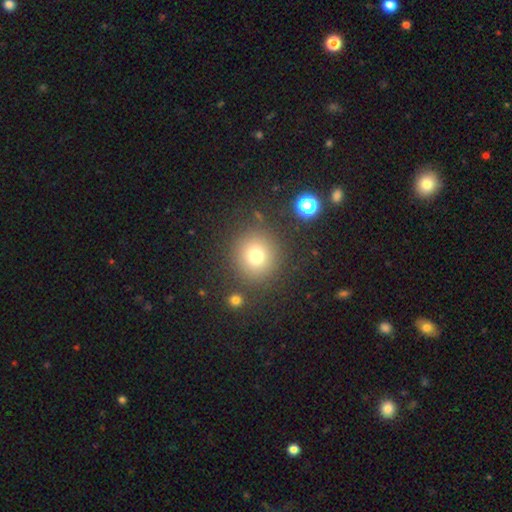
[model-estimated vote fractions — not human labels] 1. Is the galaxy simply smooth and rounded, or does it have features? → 75% smooth, 16% star or artifact, 10% featured or disk.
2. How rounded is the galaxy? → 91% round, 8% in between, 1% cigar-shaped.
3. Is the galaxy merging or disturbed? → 85% none, 8% minor disturbance, 4% major disturbance, 4% merger.